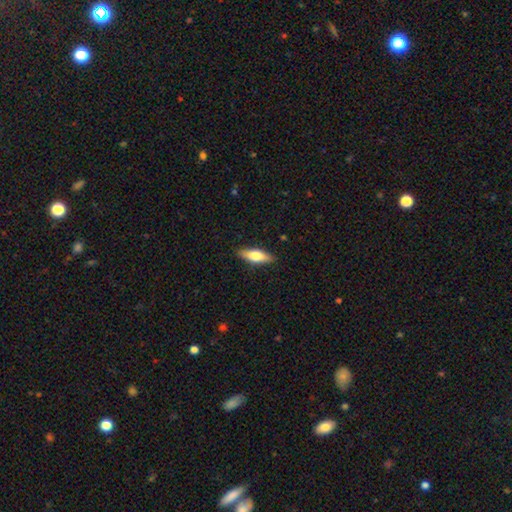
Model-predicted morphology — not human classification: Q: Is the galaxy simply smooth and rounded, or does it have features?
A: smooth — 61%.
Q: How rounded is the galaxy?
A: in between — 53%.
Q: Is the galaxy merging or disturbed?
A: none — 89%.